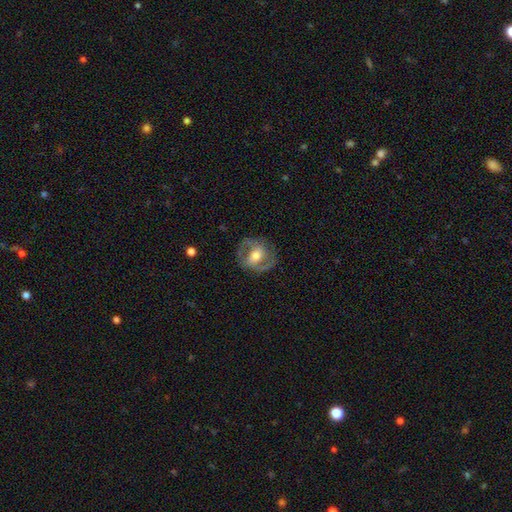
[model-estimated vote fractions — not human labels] This appears to be a featured or disk galaxy (66%) with a weak bar (37%), spiral arms (66%) and a moderate central bulge (66%). Merging: none (77%).